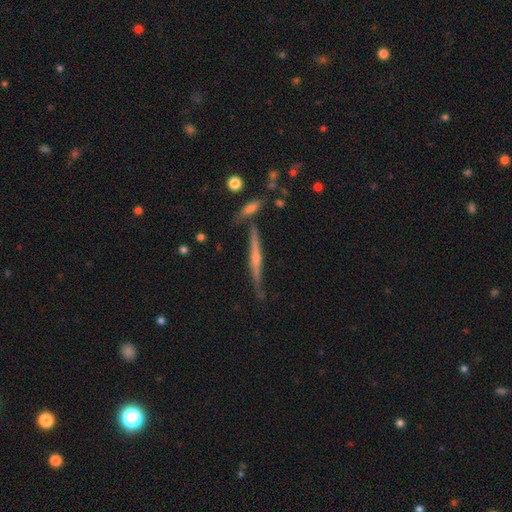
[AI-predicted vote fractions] The model was most divided on "edge-on bulge": rounded: 64%, none: 25%, boxy: 11%. More confident: edge-on disk — yes (92%); smooth or featured — featured or disk (71%); merging — none (70%).